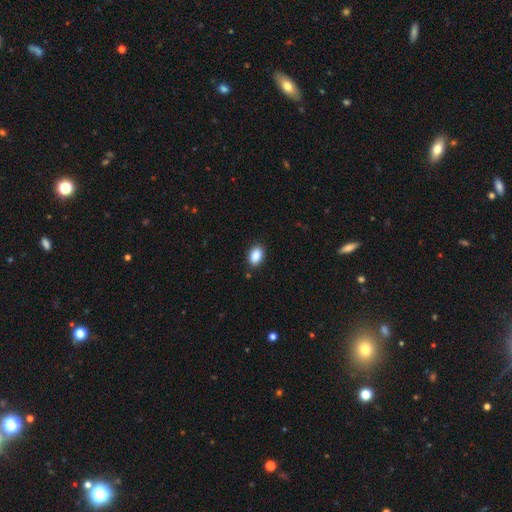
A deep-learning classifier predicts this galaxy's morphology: Q: Smooth or featured?
A: smooth (89%); runner-up: star or artifact (8%)
Q: How rounded?
A: in between (87%); runner-up: round (12%)
Q: Merging?
A: none (87%); runner-up: minor disturbance (10%)